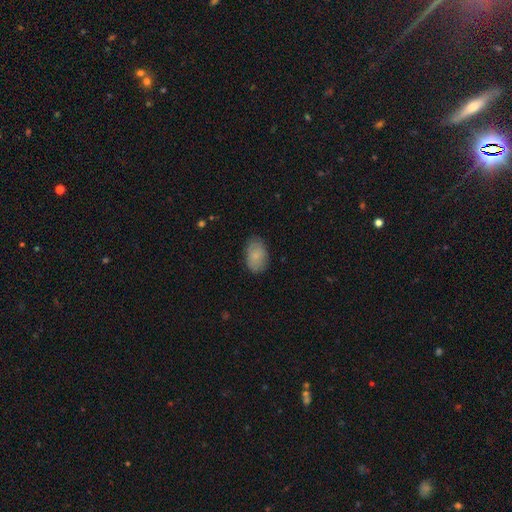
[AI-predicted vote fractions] A smooth galaxy with no disk features (84%) that is in between round and cigar-shaped (90%).

Vote fractions:
- Smooth or featured? smooth: 84% / featured or disk: 10% / star or artifact: 7%
- How rounded? in between: 90% / round: 8% / cigar-shaped: 1%
- Merging? none: 81% / minor disturbance: 15% / major disturbance: 3% / merger: 1%